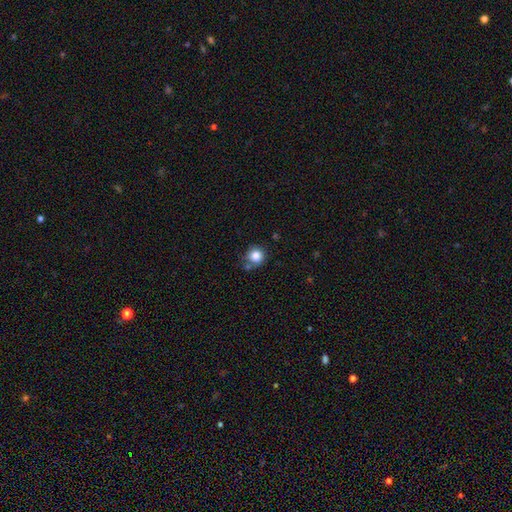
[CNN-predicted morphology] Smooth or featured? smooth (83%)
How rounded? round (91%)
Merging? none (72%)